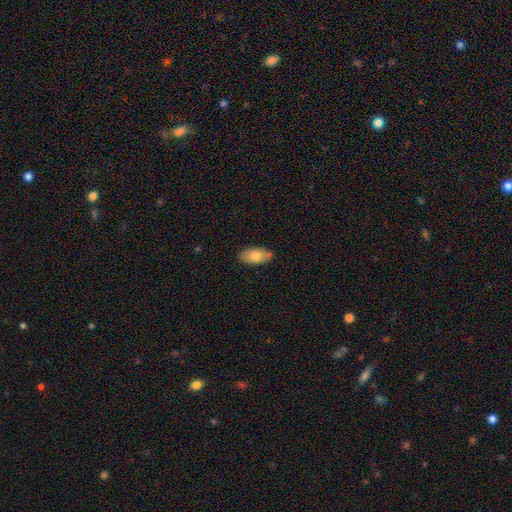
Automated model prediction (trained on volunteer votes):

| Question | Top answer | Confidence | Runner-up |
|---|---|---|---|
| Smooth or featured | smooth | 77% | featured or disk (17%) |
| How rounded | in between | 92% | cigar-shaped (5%) |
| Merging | none | 80% | minor disturbance (15%) |